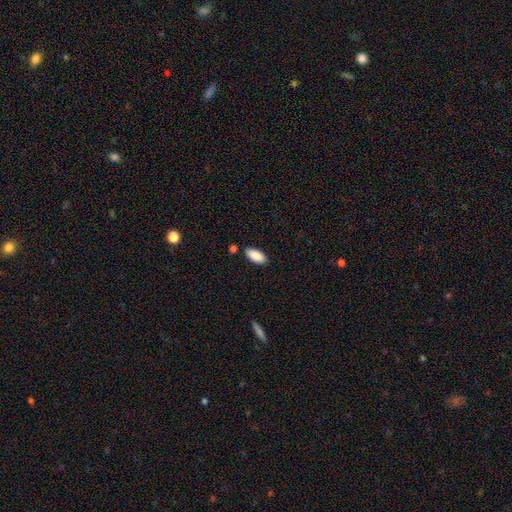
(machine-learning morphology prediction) Smooth or featured? smooth (88%)
How rounded? in between (89%)
Merging? none (83%)